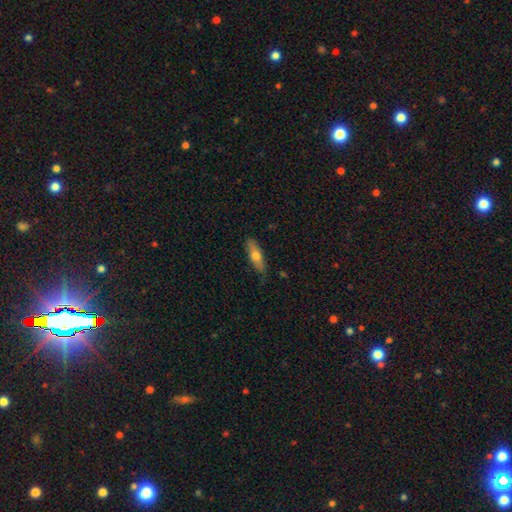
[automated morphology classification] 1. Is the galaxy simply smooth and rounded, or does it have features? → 66% smooth, 28% featured or disk, 6% star or artifact.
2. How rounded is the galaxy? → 50% cigar-shaped, 47% in between, 2% round.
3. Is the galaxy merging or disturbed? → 78% none, 18% minor disturbance, 3% major disturbance, 1% merger.